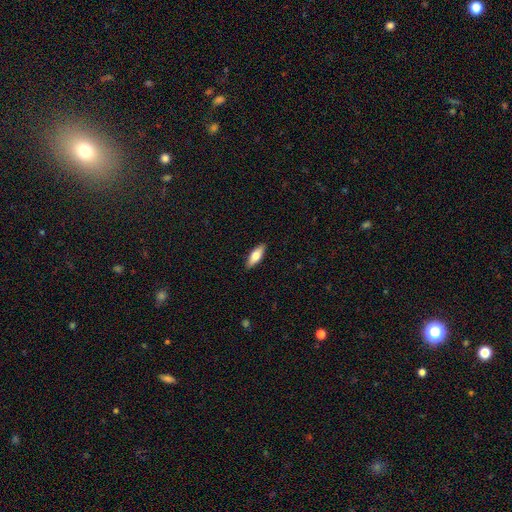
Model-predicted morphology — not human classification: The model was most divided on "how rounded": in between: 63%, cigar-shaped: 35%, round: 2%. More confident: merging — none (89%); smooth or featured — smooth (66%).